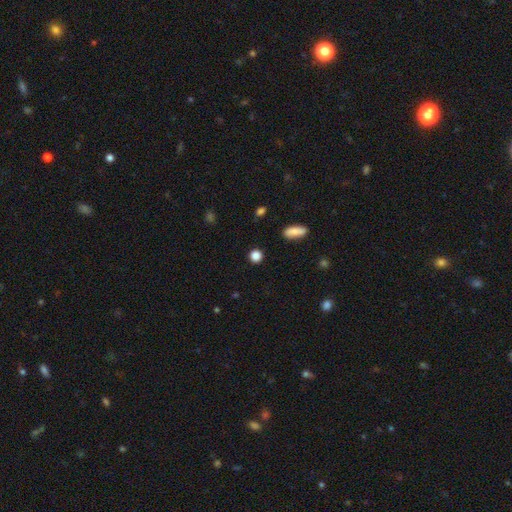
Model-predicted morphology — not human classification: A smooth galaxy with no disk features (85%) that is round (88%).

Vote fractions:
- Smooth or featured? smooth: 85% / star or artifact: 11% / featured or disk: 4%
- How rounded? round: 88% / in between: 10% / cigar-shaped: 2%
- Merging? none: 89% / minor disturbance: 7% / major disturbance: 2% / merger: 2%